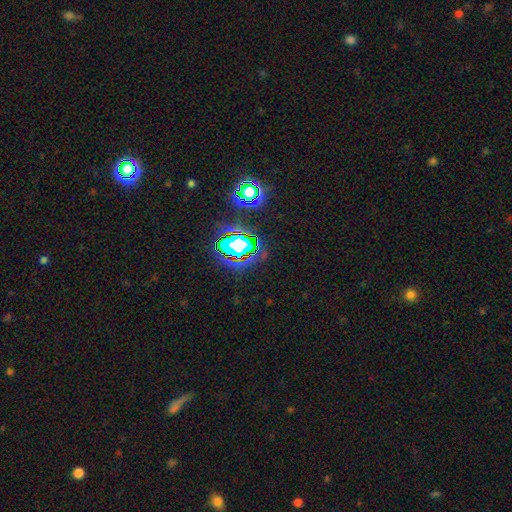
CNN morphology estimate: The model was most divided on "smooth or featured": star or artifact: 74%, smooth: 16%, featured or disk: 9%.